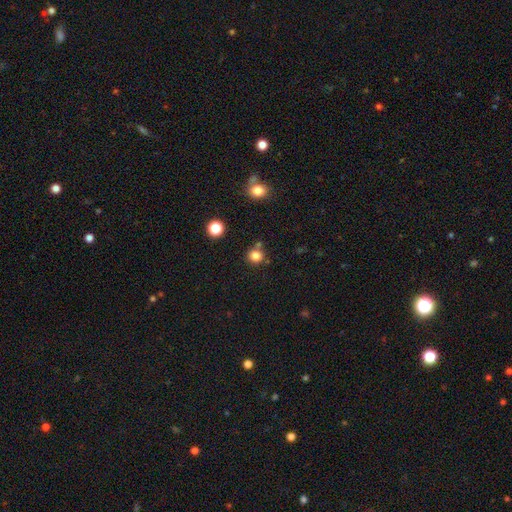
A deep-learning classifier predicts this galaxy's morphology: Q: Smooth or featured?
A: smooth (82%); runner-up: star or artifact (13%)
Q: How rounded?
A: round (90%); runner-up: in between (9%)
Q: Merging?
A: none (75%); runner-up: merger (12%)